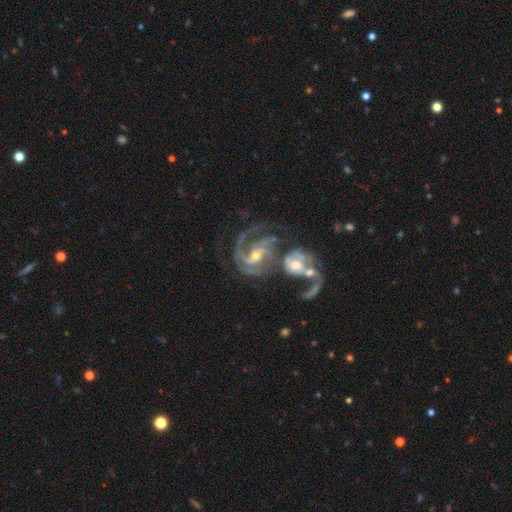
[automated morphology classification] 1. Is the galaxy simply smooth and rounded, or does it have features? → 90% featured or disk, 5% star or artifact, 4% smooth.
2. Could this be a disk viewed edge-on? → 98% no, 2% yes.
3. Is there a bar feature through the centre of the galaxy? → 41% weak, 36% no, 23% strong.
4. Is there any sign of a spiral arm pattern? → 97% yes, 3% no.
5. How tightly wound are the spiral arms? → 45% medium, 39% tight, 16% loose.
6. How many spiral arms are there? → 39% 2, 27% 3, 14% can't tell, 9% 1, 6% 4, 5% more than 4.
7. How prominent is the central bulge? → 51% moderate, 44% small, 3% large, 2% none, 1% dominant.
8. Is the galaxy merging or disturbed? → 50% merger, 22% none, 18% major disturbance, 10% minor disturbance.